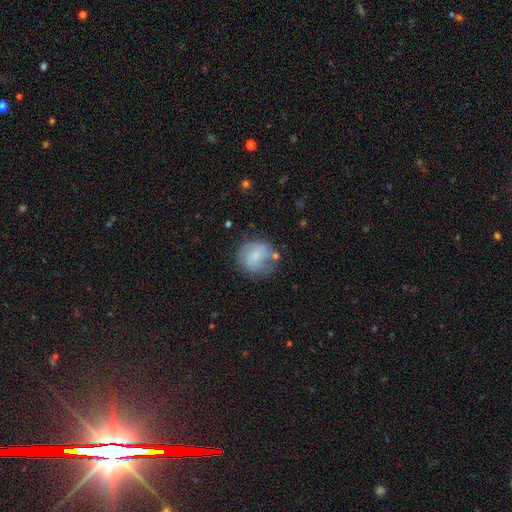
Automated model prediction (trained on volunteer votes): Smooth or featured?
  - smooth: 68% *
  - featured or disk: 24%
  - star or artifact: 8%
How rounded?
  - round: 81% *
  - in between: 18%
  - cigar-shaped: 1%
Merging?
  - none: 58% *
  - minor disturbance: 25%
  - major disturbance: 11%
  - merger: 7%